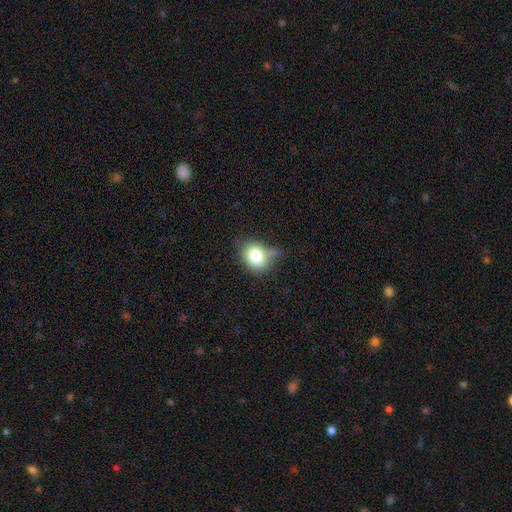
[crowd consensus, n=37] A smooth galaxy with no disk features (89%) that is round (58%).

Vote fractions:
- Smooth or featured? smooth: 89% / featured or disk: 5% / star or artifact: 5%
- How rounded? round: 58% / in between: 42% / cigar-shaped: 0%
- Merging? none: 49% / minor disturbance: 34% / major disturbance: 14% / merger: 3%